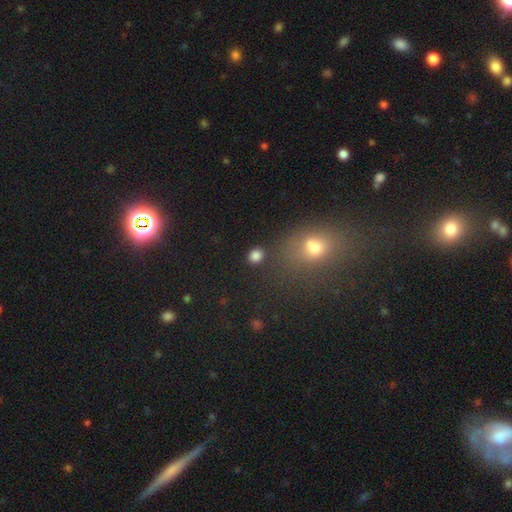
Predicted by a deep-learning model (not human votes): Morphology: type=smooth (84%); roundness=round (68%); merging=none (84%).